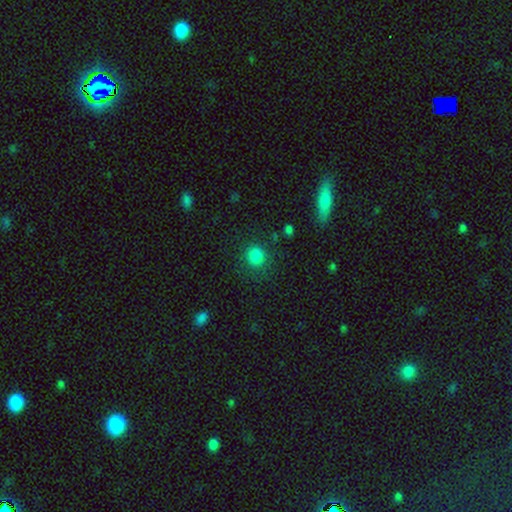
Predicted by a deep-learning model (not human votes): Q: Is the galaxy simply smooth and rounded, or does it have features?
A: smooth — 84%.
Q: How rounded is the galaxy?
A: round — 88%.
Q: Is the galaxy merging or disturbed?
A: none — 84%.